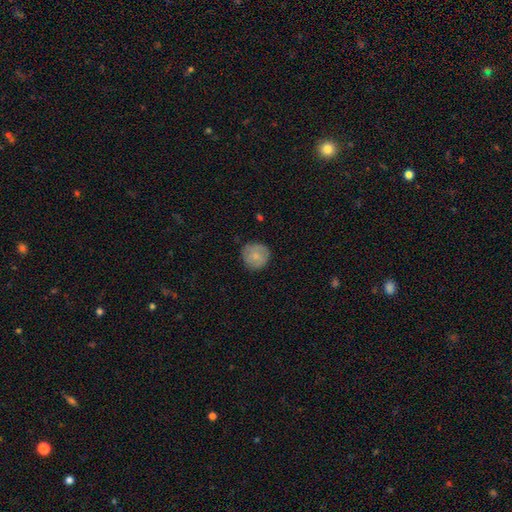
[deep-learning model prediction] Smooth or featured?
  - smooth: 75% *
  - featured or disk: 18%
  - star or artifact: 7%
How rounded?
  - round: 93% *
  - in between: 6%
  - cigar-shaped: 1%
Merging?
  - none: 80% *
  - minor disturbance: 16%
  - major disturbance: 3%
  - merger: 1%